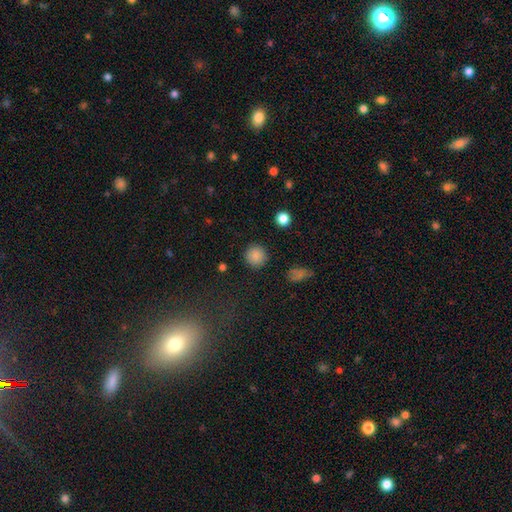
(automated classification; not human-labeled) This appears to be a smooth galaxy with no disk features (85%) that is round (94%). Merging: none (89%).